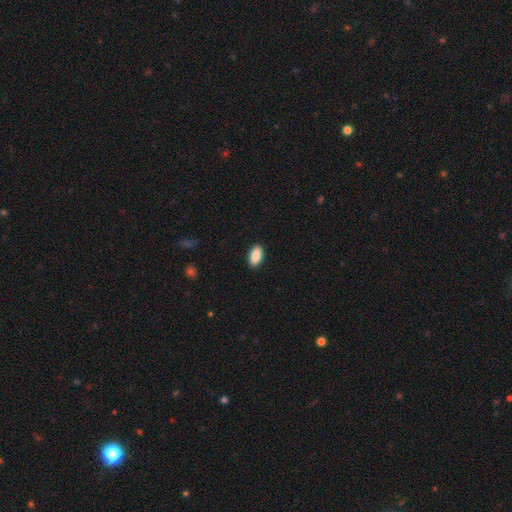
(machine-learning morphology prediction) Smooth or featured?
  - smooth: 90% *
  - star or artifact: 6%
  - featured or disk: 4%
How rounded?
  - in between: 93% *
  - cigar-shaped: 4%
  - round: 3%
Merging?
  - none: 90% *
  - minor disturbance: 7%
  - major disturbance: 2%
  - merger: 1%